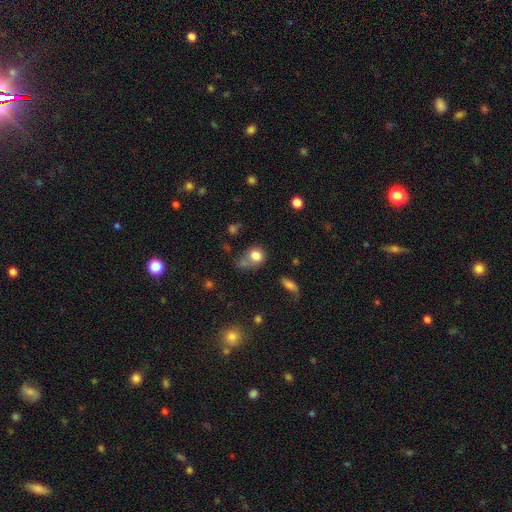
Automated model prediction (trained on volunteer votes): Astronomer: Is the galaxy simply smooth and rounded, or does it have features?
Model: smooth — 79%.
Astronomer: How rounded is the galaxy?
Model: round — 61% (runner-up: in between, 38%).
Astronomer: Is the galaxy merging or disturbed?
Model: none — 39% (runner-up: minor disturbance, 25%).